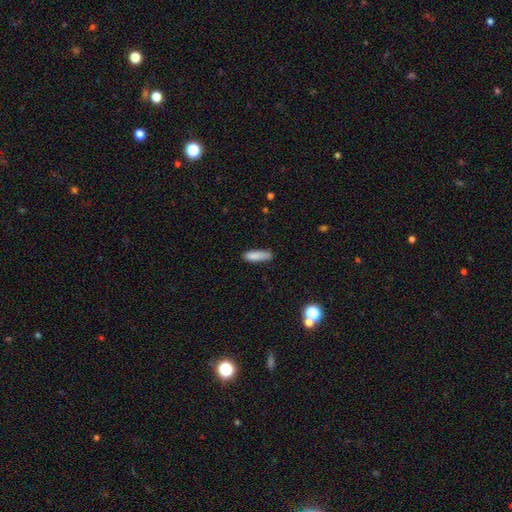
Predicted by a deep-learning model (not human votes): This is clearly a smooth galaxy (87%). How rounded: possibly cigar-shaped (57%). Merging: likely none (78%).